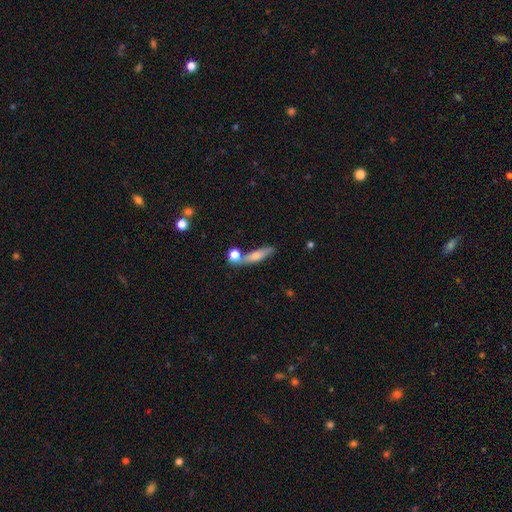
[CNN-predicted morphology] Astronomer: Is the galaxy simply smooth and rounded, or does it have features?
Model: smooth — 59%.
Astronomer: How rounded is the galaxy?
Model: cigar-shaped — 71%.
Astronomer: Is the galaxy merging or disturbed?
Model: none — 63%.